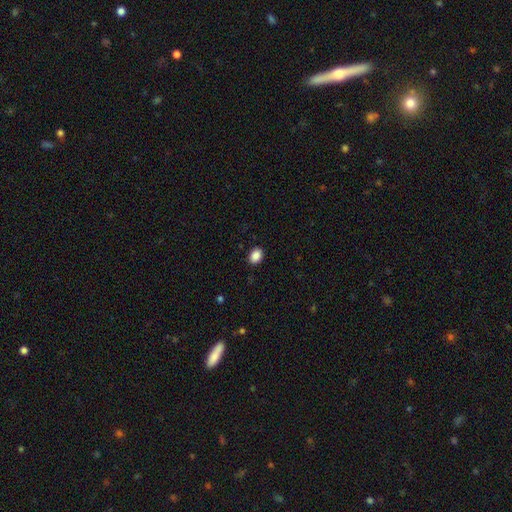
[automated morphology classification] smooth 88%, star or artifact 9%, featured or disk 3%. Down the decision tree: how rounded — in between (68%); merging — none (90%).